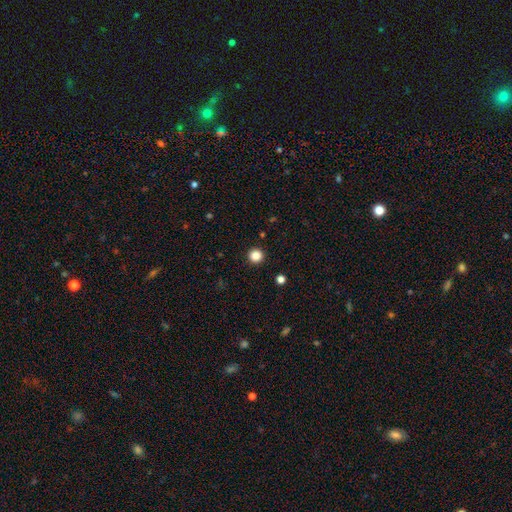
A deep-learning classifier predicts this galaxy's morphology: The model was most divided on "smooth or featured": smooth: 86%, star or artifact: 11%, featured or disk: 3%. More confident: how rounded — round (96%); merging — none (93%).